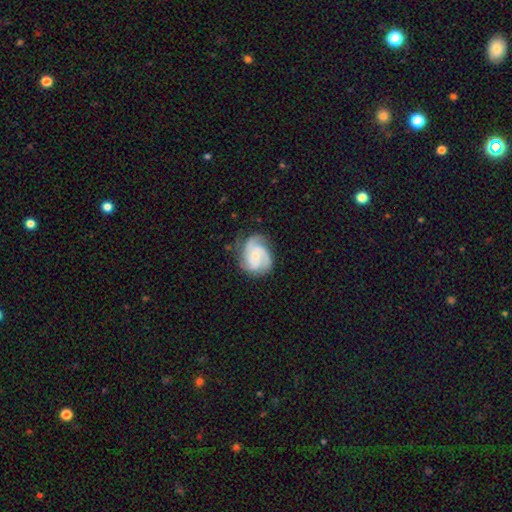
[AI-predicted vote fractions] This appears to be a featured or disk galaxy (85%) with no bar (66%), 3 (59%) tight (49%) spiral arms (97%) and a small central bulge (60%). Merging: none (68%).